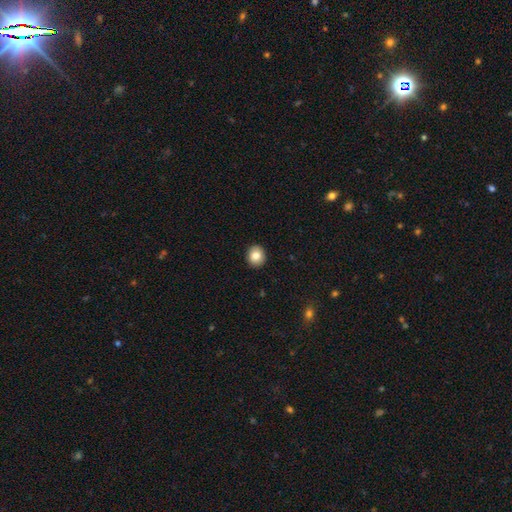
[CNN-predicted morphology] smooth 82%, star or artifact 9%, featured or disk 9%. Down the decision tree: how rounded — round (80%); merging — none (92%).